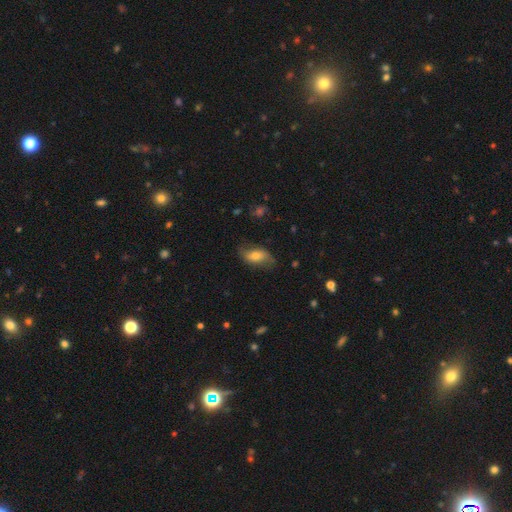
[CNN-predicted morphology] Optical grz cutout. It shows a smooth galaxy with no disk features (50%). Merging: none (65%).